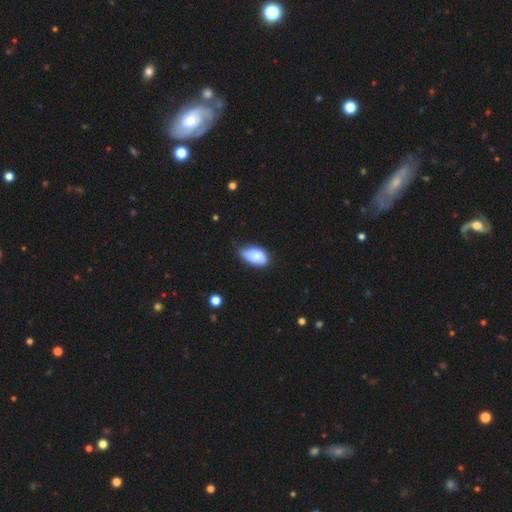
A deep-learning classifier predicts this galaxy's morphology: Smooth or featured: smooth — 69% (featured or disk — 24%)
How rounded: in between — 92% (round — 6%)
Merging: none — 50% (minor disturbance — 40%)